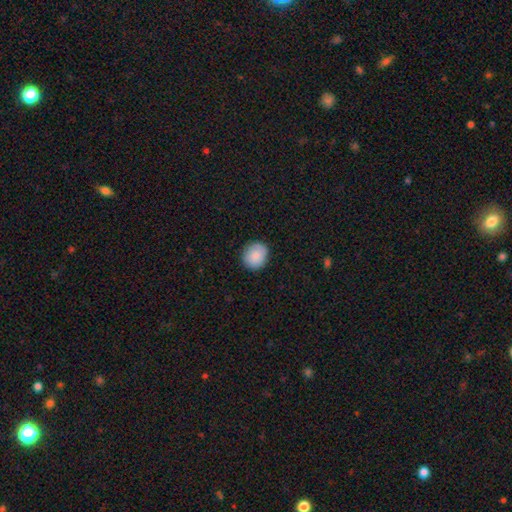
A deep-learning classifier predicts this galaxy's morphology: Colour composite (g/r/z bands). It shows a smooth galaxy with no disk features (87%) that is round (74%). Merging: none (87%).